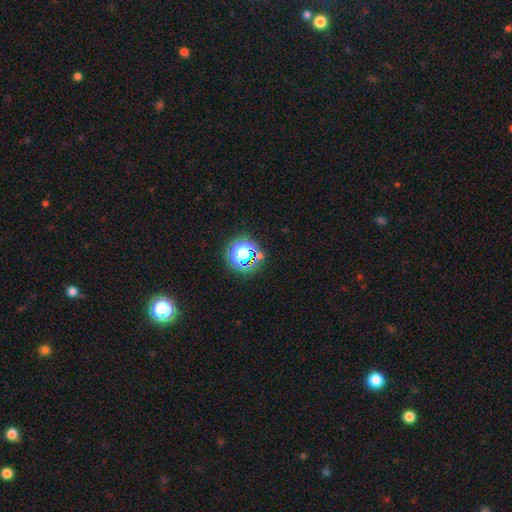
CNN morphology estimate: Smooth or featured? Predicted: star or artifact (p=0.70).